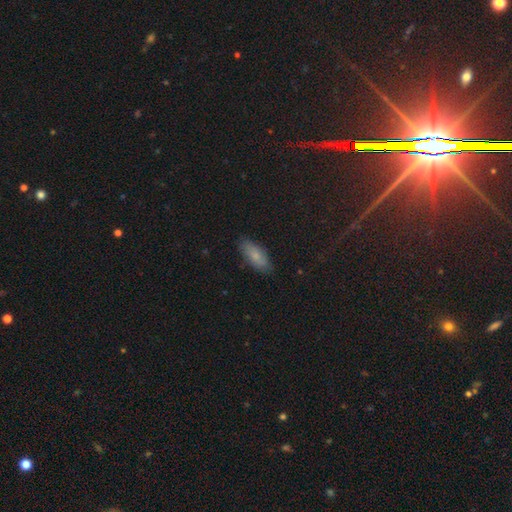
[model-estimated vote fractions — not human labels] smooth 75%, featured or disk 17%, star or artifact 7%. Down the decision tree: how rounded — in between (79%); merging — none (82%).